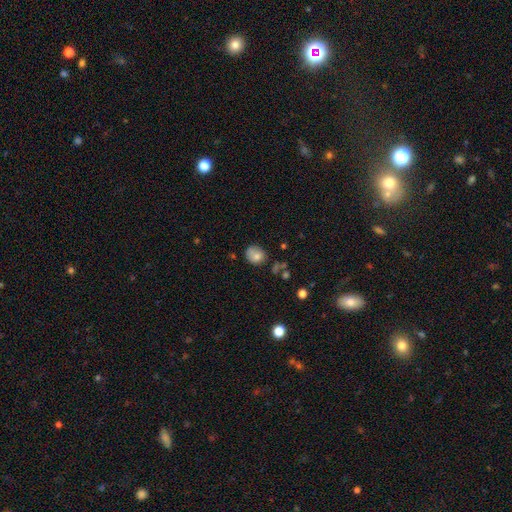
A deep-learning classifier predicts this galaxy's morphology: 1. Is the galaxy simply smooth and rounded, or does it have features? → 75% smooth, 14% featured or disk, 11% star or artifact.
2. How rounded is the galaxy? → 61% round, 38% in between, 1% cigar-shaped.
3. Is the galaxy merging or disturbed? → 57% none, 29% minor disturbance, 9% major disturbance, 6% merger.